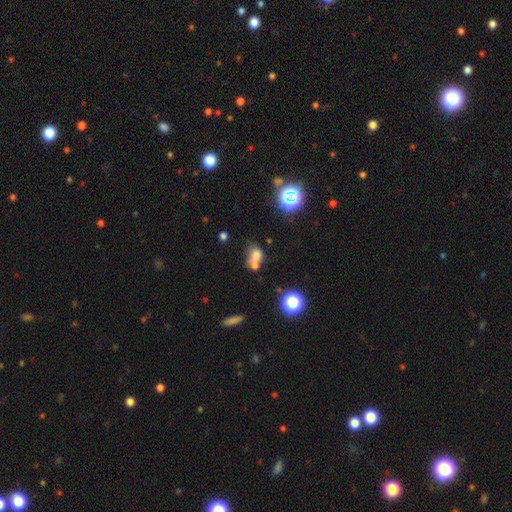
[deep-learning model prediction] Smooth or featured? Predicted: smooth (p=0.65). How rounded? Predicted: in between (p=0.60). Merging? Predicted: merger (p=0.49).